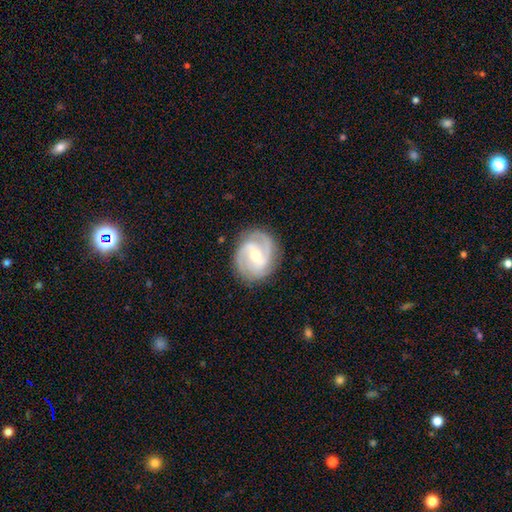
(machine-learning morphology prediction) Smooth or featured? Predicted: featured or disk (p=0.88). Edge-on disk? Predicted: no (p=0.98). Bar? Predicted: weak (p=0.51). Spiral arms? Predicted: yes (p=0.97). Spiral winding? Predicted: medium (p=0.47). Spiral arm count? Predicted: 2 (p=0.49). Bulge size? Predicted: moderate (p=0.53). Merging? Predicted: none (p=0.83).